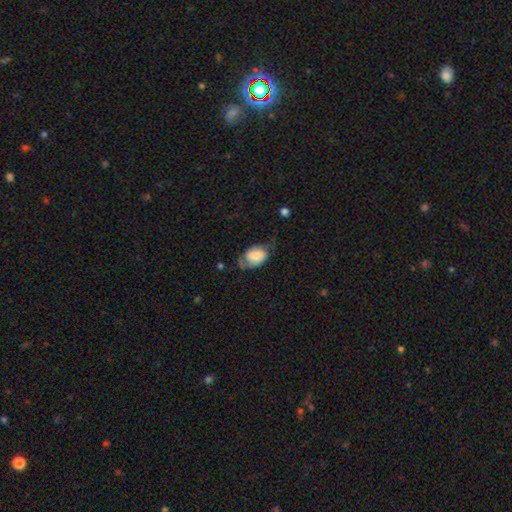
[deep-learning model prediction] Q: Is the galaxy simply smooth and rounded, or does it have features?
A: smooth — 55%.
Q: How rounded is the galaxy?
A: in between — 80%.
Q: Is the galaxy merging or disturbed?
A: none — 37%.